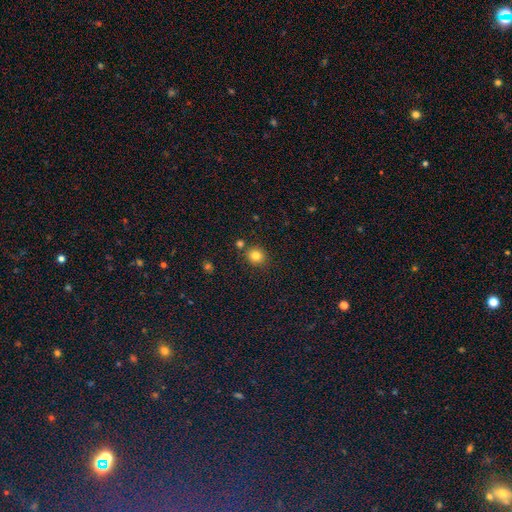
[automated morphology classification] This is clearly a smooth galaxy (81%). How rounded: clearly round (82%). Merging: likely none (79%).